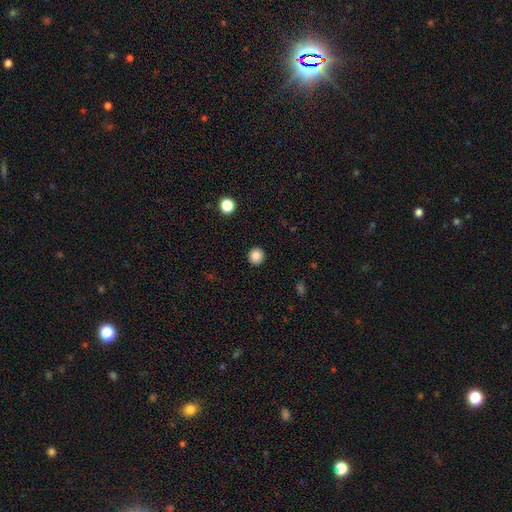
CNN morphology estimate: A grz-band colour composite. It shows a smooth galaxy with no disk features (86%) that is round (94%). Merging: none (92%).